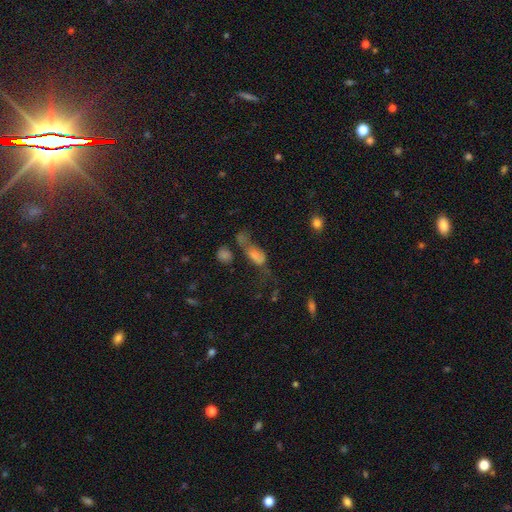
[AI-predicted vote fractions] Smooth or featured? smooth (63%)
How rounded? in between (76%)
Merging? merger (42%)